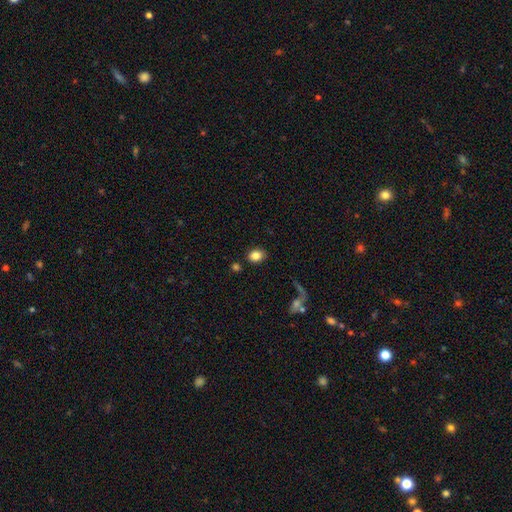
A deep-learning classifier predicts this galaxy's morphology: This appears to be a smooth galaxy with no disk features (84%) that is in between round and cigar-shaped (61%). Merging: none (84%).